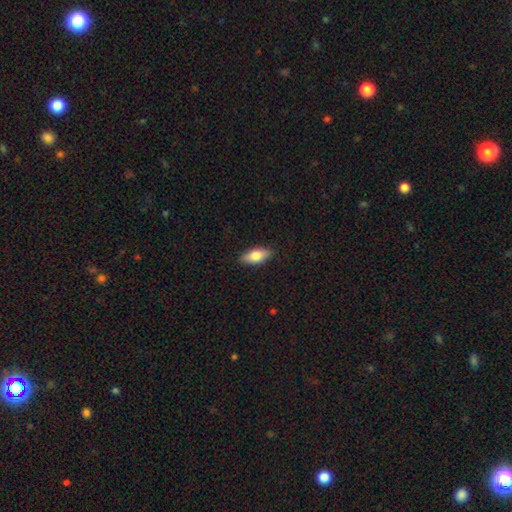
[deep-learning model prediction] This appears to be a smooth galaxy with no disk features (74%) that is in between round and cigar-shaped (80%). Merging: none (88%).